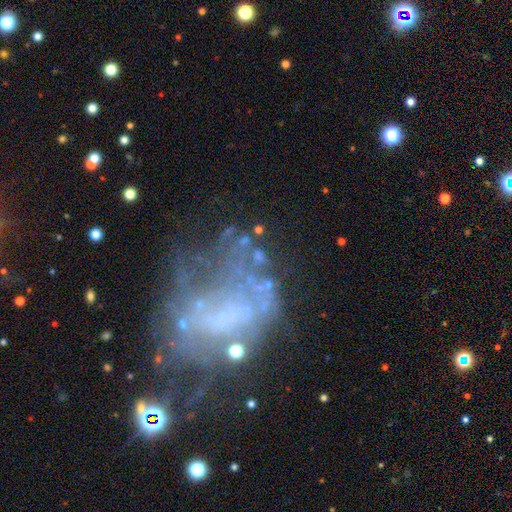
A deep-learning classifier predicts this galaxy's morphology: This appears to be a featured or disk galaxy (54%) with no bar (81%), no spiral arms (60%) and no central bulge (54%). Merging: none (52%).